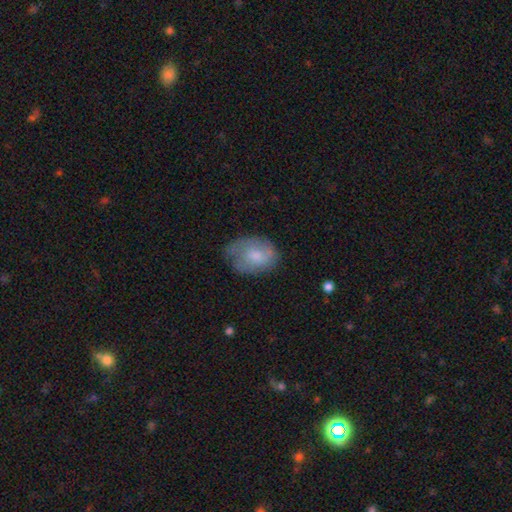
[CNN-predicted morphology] smooth 61%, featured or disk 31%, star or artifact 7%. Down the decision tree: how rounded — in between (73%); merging — none (52%).